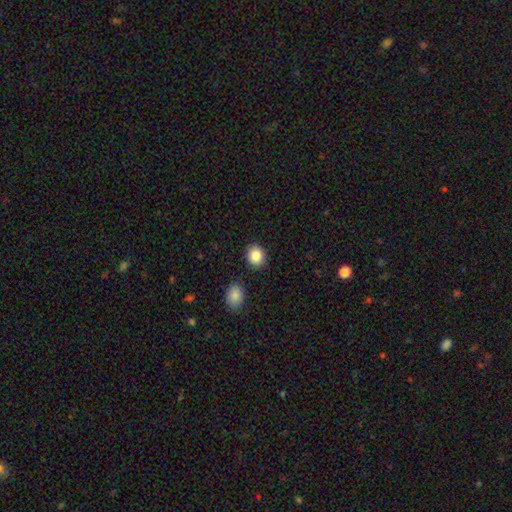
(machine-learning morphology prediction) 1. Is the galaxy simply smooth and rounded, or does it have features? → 86% smooth, 9% star or artifact, 5% featured or disk.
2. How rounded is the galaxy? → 70% round, 29% in between, 1% cigar-shaped.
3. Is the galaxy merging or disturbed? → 86% none, 8% minor disturbance, 4% merger, 2% major disturbance.